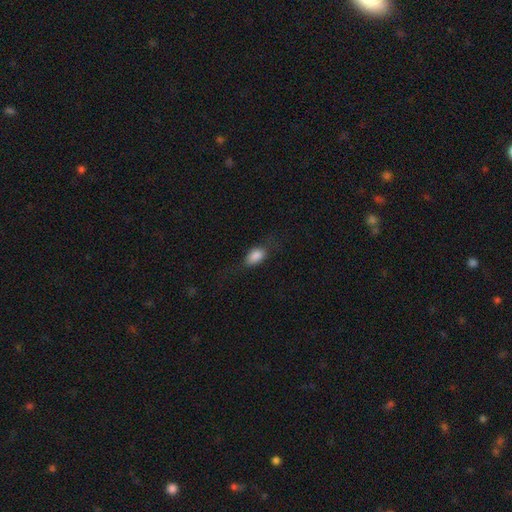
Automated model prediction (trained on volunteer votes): Q: Smooth or featured?
A: smooth (83%); runner-up: featured or disk (9%)
Q: How rounded?
A: in between (87%); runner-up: round (8%)
Q: Merging?
A: none (59%); runner-up: minor disturbance (25%)